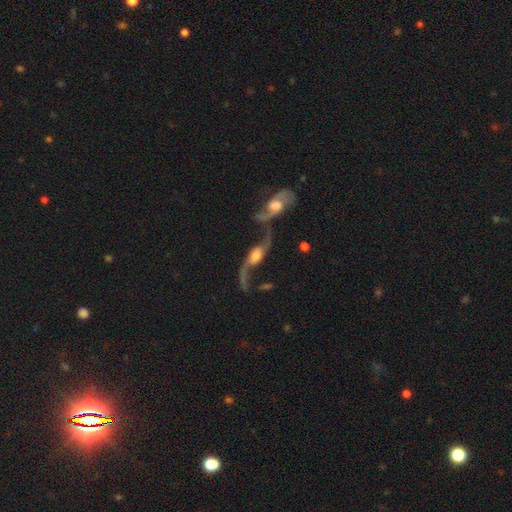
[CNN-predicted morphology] Smooth or featured? featured or disk (85%)
Edge-on disk? no (91%)
Bar? no (50%)
Spiral arms? yes (93%)
Spiral winding? loose (88%)
Spiral arm count? 2 (90%)
Bulge size? moderate (50%)
Merging? merger (52%)